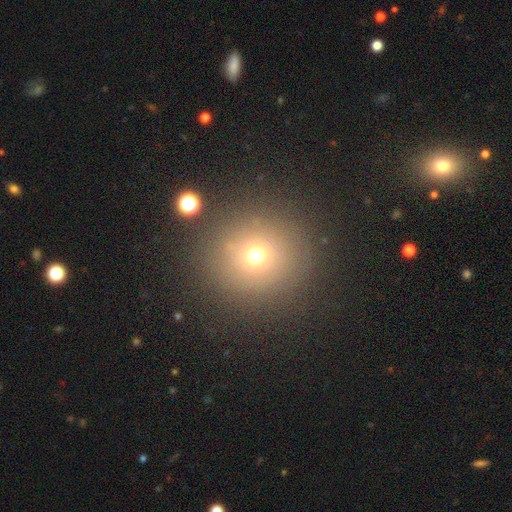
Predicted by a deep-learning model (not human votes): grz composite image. It shows a smooth galaxy with no disk features (67%) that is round (92%). Merging: none (84%).